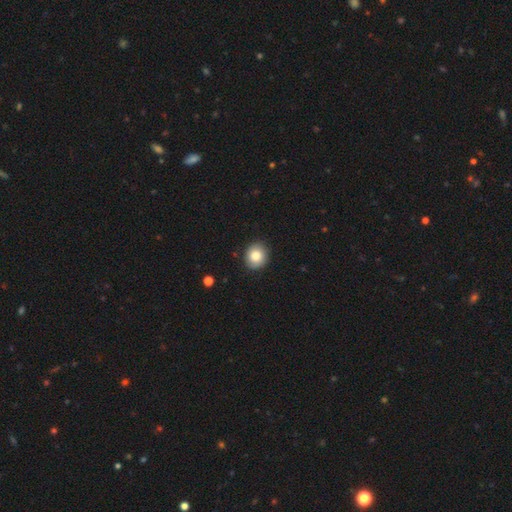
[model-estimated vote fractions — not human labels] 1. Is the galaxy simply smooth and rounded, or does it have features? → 81% smooth, 11% featured or disk, 8% star or artifact.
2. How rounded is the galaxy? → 75% round, 25% in between, 1% cigar-shaped.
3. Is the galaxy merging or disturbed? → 86% none, 11% minor disturbance, 2% major disturbance, 1% merger.